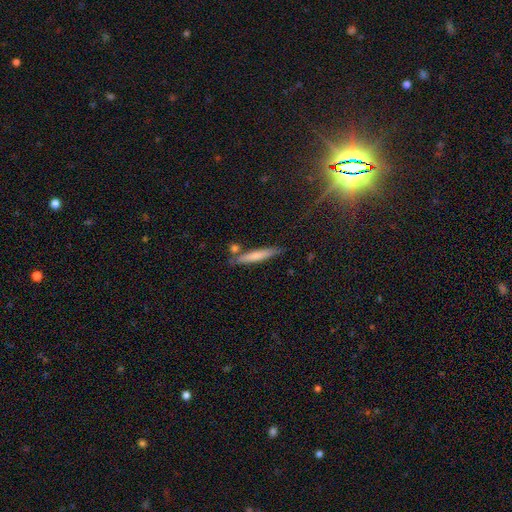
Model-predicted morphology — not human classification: A smooth galaxy with no disk features (67%) that is cigar-shaped (92%).

Vote fractions:
- Smooth or featured? smooth: 67% / featured or disk: 26% / star or artifact: 7%
- How rounded? cigar-shaped: 92% / in between: 6% / round: 2%
- Merging? none: 78% / minor disturbance: 12% / merger: 7% / major disturbance: 3%